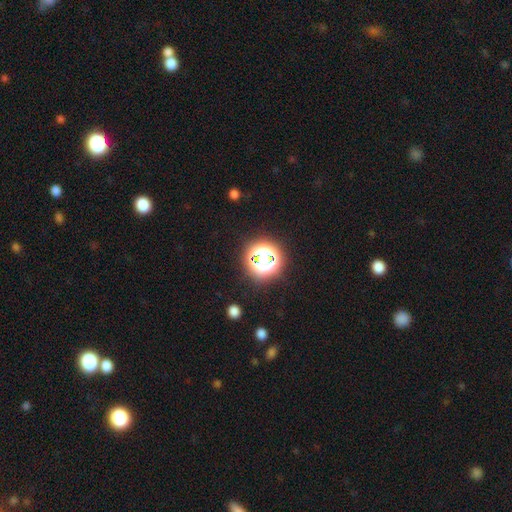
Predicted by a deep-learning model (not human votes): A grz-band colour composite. It shows a star or artifact, not a galaxy (53%).